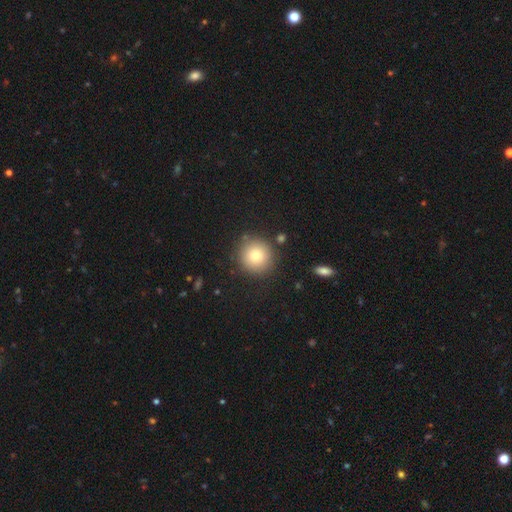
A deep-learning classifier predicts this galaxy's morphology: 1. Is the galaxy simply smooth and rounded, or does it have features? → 78% smooth, 11% star or artifact, 11% featured or disk.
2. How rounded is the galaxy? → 92% round, 7% in between, 1% cigar-shaped.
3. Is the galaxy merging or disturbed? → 87% none, 8% minor disturbance, 3% major disturbance, 3% merger.